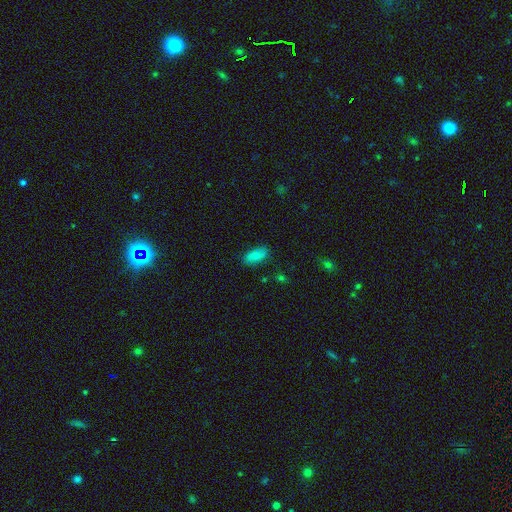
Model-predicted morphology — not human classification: Smooth or featured? smooth (72%)
How rounded? in between (89%)
Merging? none (82%)